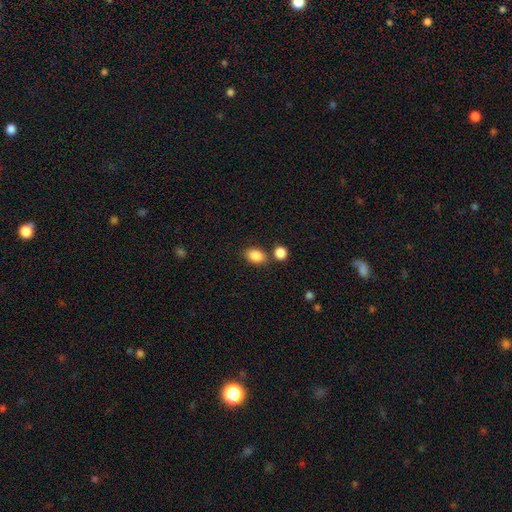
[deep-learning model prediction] Smooth or featured? Predicted: smooth (p=0.87). How rounded? Predicted: in between (p=0.77). Merging? Predicted: none (p=0.71).